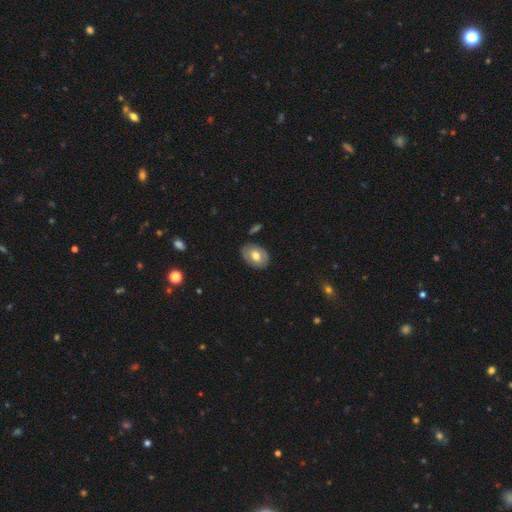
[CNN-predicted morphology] type=smooth (61%); roundness=in between (81%); merging=none (83%).